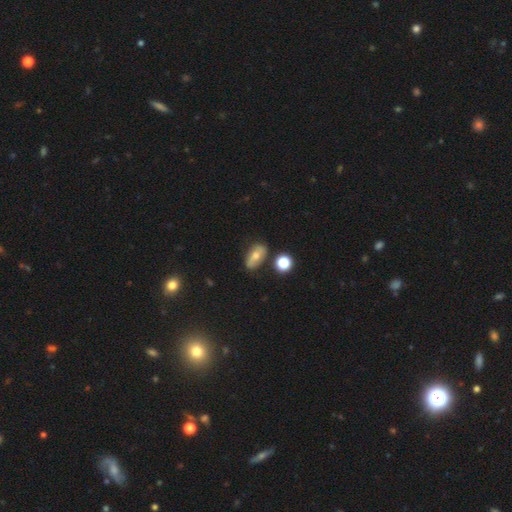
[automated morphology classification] Smooth or featured: smooth — 57% (featured or disk — 31%)
How rounded: in between — 81% (round — 13%)
Merging: none — 72% (minor disturbance — 18%)